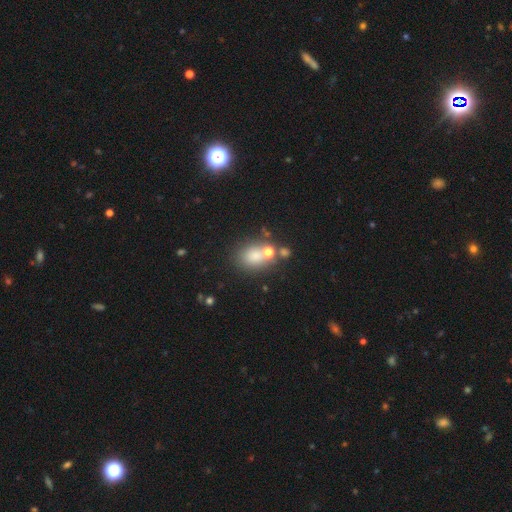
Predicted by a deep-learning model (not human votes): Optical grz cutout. It shows a smooth galaxy with no disk features (73%) that is round (58%). Merging: none (60%).